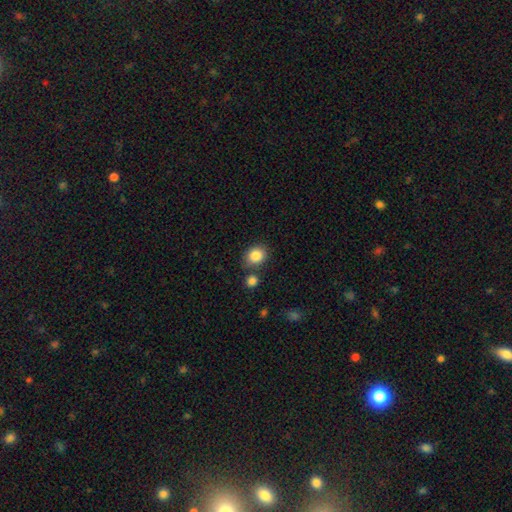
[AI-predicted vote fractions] This appears to be a smooth galaxy with no disk features (86%) that is round (61%). Merging: none (72%).